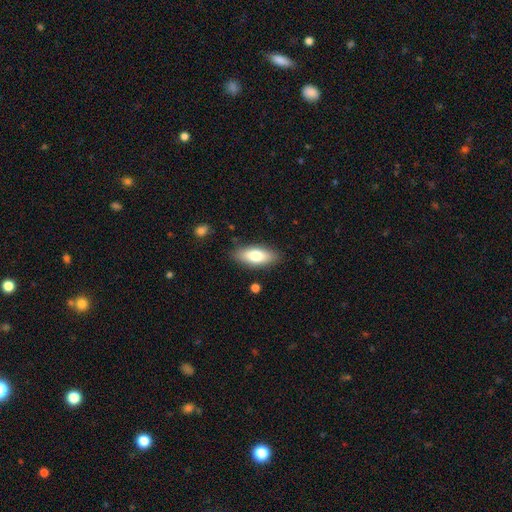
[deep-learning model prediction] smooth 75%, featured or disk 18%, star or artifact 6%. Down the decision tree: how rounded — in between (77%); merging — none (86%).